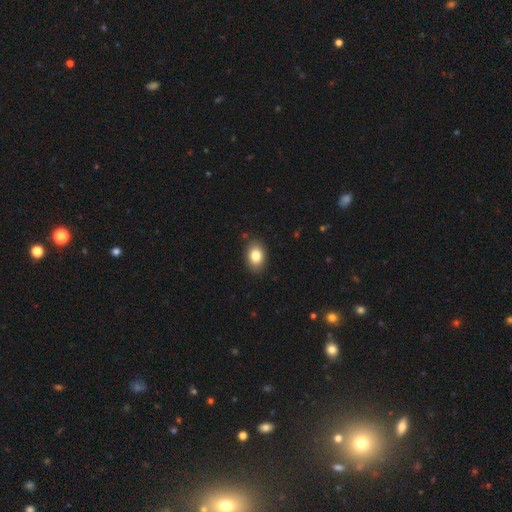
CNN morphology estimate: Smooth or featured: smooth — 83% (featured or disk — 9%)
How rounded: in between — 79% (round — 20%)
Merging: none — 86% (minor disturbance — 10%)